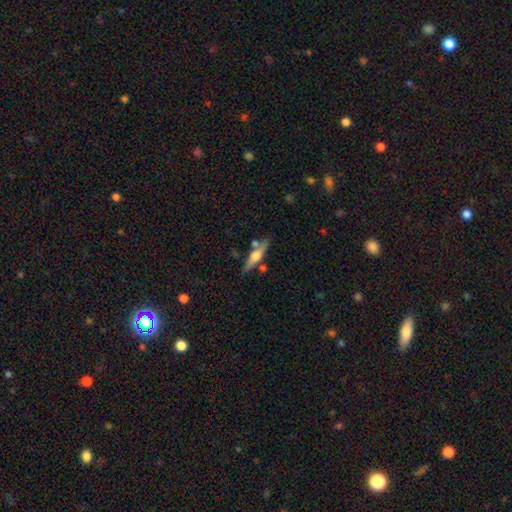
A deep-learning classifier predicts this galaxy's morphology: This appears to be a featured or disk galaxy (59%) viewed edge-on (95%) with a rounded central bulge (88%). Merging: none (74%).